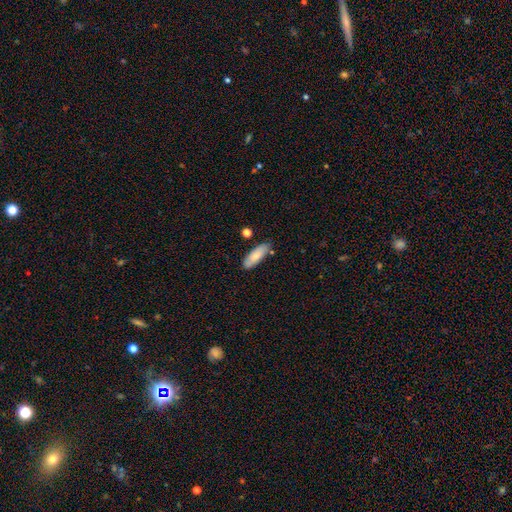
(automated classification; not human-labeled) The model was most divided on "how rounded": in between: 66%, cigar-shaped: 32%, round: 2%. More confident: merging — none (79%); smooth or featured — smooth (75%).